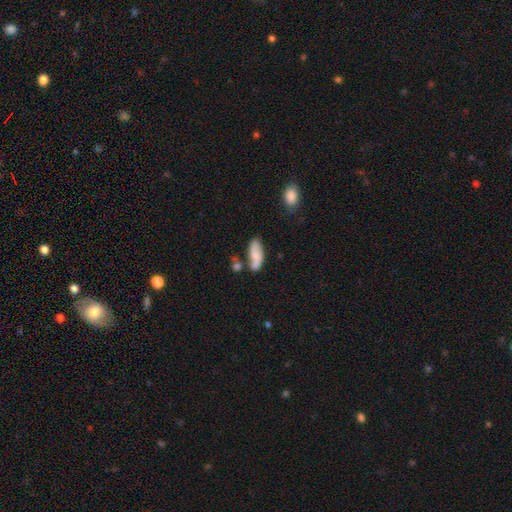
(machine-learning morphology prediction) This appears to be a smooth galaxy with no disk features (65%) that is in between round and cigar-shaped (76%). Merging: none (48%).